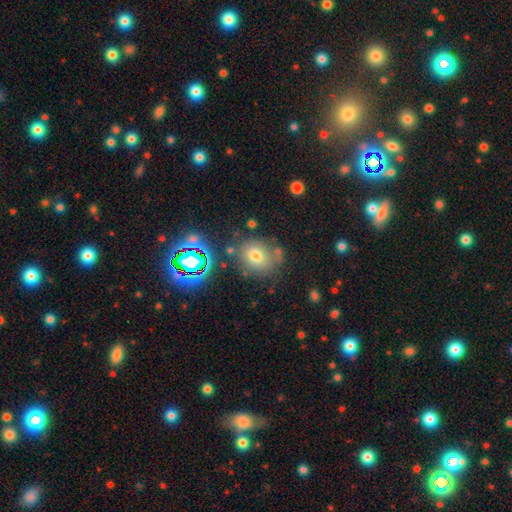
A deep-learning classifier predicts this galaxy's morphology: Smooth or featured? smooth (68%)
How rounded? round (67%)
Merging? none (66%)